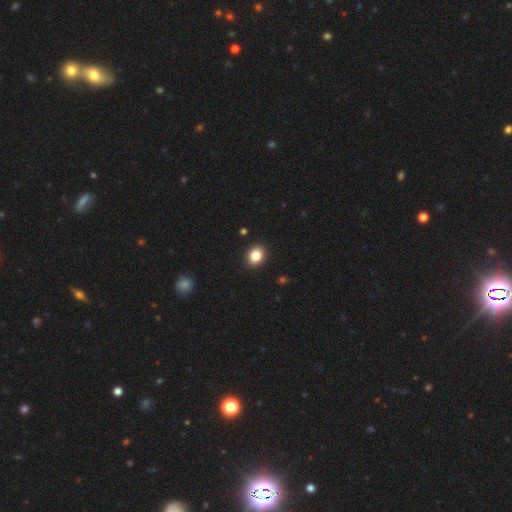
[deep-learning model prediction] Smooth or featured? smooth (85%)
How rounded? in between (54%)
Merging? none (91%)